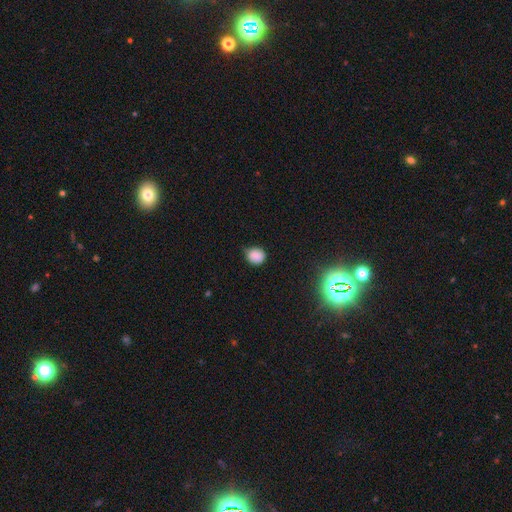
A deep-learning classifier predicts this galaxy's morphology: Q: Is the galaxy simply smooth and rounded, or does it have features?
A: smooth — 85%.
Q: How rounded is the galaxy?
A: round — 73%.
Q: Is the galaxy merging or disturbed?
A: none — 72%.